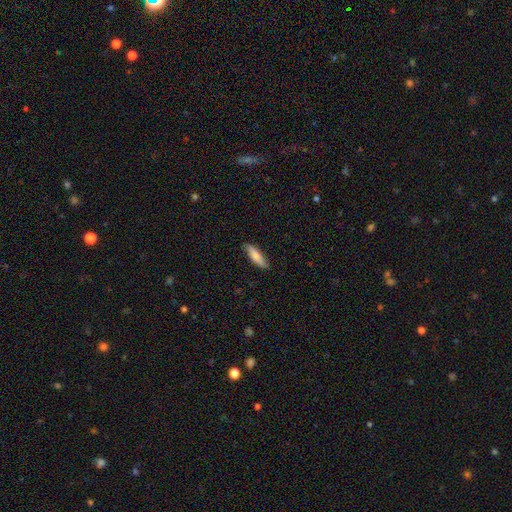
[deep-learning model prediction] The model was most divided on "how rounded": cigar-shaped: 62%, in between: 37%, round: 2%. More confident: merging — none (82%); smooth or featured — smooth (78%).